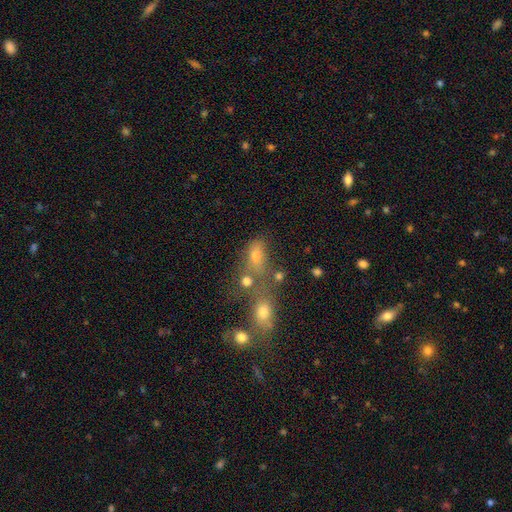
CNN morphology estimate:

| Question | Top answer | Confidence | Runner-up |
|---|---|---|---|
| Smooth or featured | smooth | 65% | star or artifact (19%) |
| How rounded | in between | 73% | round (21%) |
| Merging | merger | 38% | none (37%) |